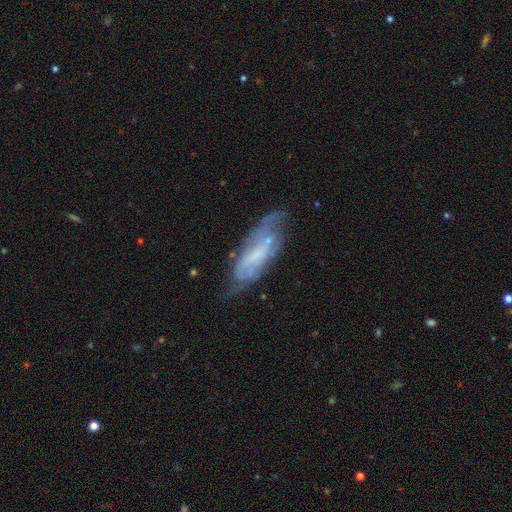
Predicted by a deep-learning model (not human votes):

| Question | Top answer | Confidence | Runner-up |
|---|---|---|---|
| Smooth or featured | featured or disk | 63% | smooth (29%) |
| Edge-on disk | no | 81% | yes (19%) |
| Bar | no | 43% | weak (38%) |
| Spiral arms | yes | 65% | no (35%) |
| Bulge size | small | 42% | none (36%) |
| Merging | none | 50% | minor disturbance (29%) |